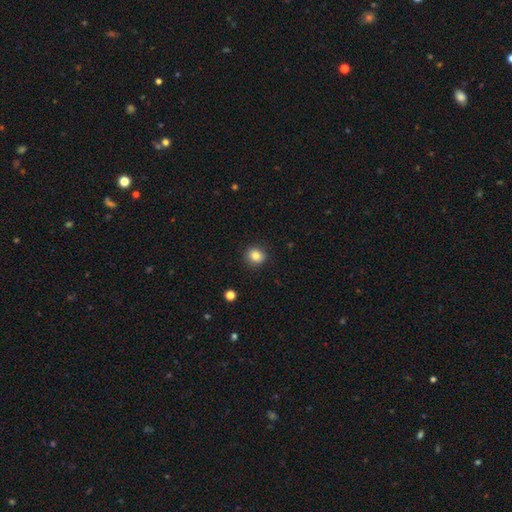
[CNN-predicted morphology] Smooth or featured? smooth (82%)
How rounded? round (85%)
Merging? none (90%)